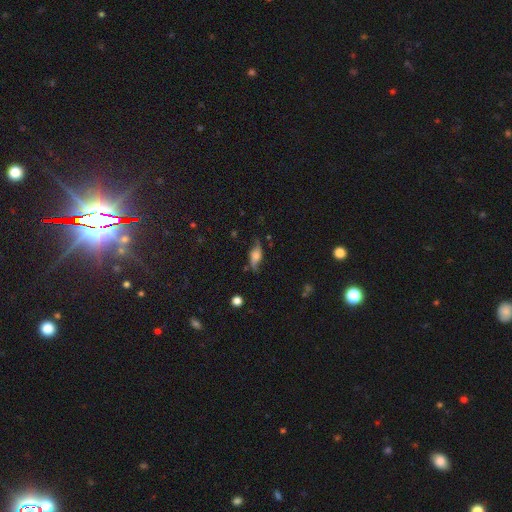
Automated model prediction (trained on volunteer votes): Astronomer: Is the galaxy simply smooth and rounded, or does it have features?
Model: featured or disk — 68%.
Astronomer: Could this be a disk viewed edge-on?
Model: no — 78%.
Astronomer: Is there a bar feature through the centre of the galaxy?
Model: no — 65%.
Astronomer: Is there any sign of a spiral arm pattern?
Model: yes — 91%.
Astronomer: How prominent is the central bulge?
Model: moderate — 32% (runner-up: large, 26%).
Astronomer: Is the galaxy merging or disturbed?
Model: none — 69%.